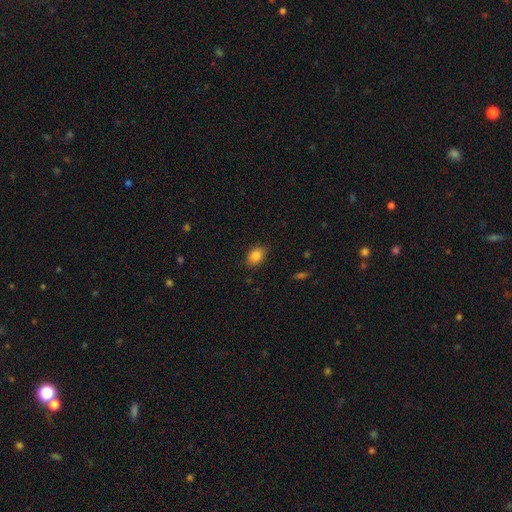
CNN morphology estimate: Smooth or featured: smooth — 85% (star or artifact — 9%)
How rounded: in between — 73% (round — 26%)
Merging: none — 85% (minor disturbance — 11%)